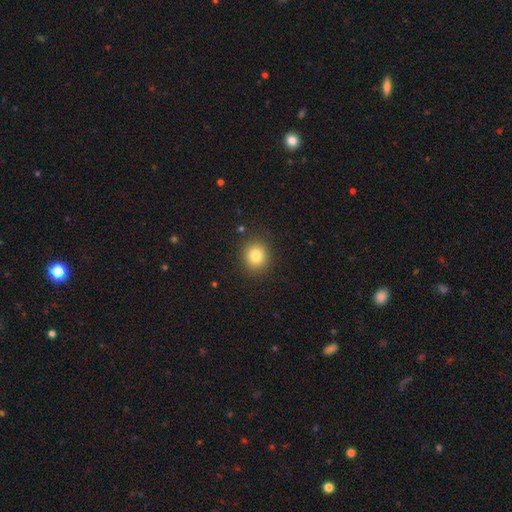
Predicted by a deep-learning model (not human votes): smooth 81%, star or artifact 11%, featured or disk 8%. Down the decision tree: how rounded — round (84%); merging — none (89%).